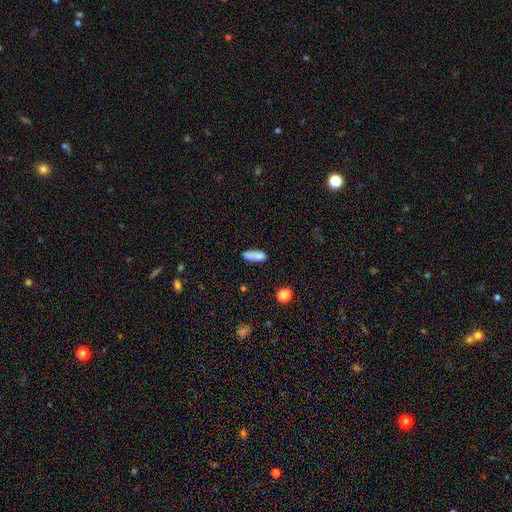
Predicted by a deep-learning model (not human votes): Smooth or featured? smooth (80%)
How rounded? in between (62%)
Merging? none (59%)